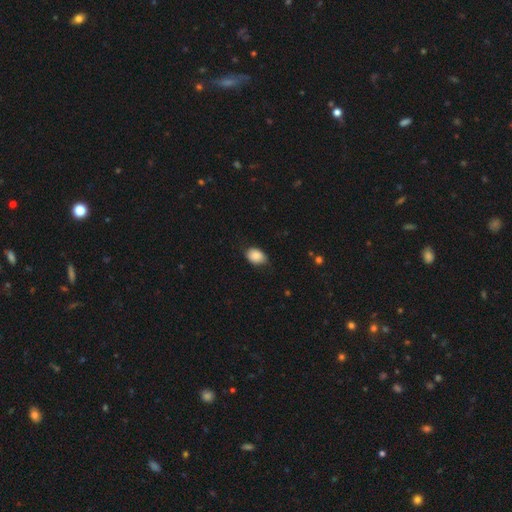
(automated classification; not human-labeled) smooth 86%, star or artifact 8%, featured or disk 7%. Down the decision tree: how rounded — in between (78%); merging — none (74%).